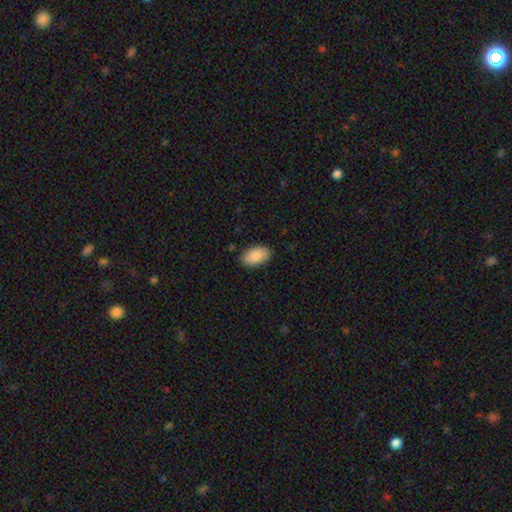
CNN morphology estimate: Q: Smooth or featured?
A: smooth (88%); runner-up: featured or disk (6%)
Q: How rounded?
A: in between (94%); runner-up: round (4%)
Q: Merging?
A: none (86%); runner-up: minor disturbance (11%)